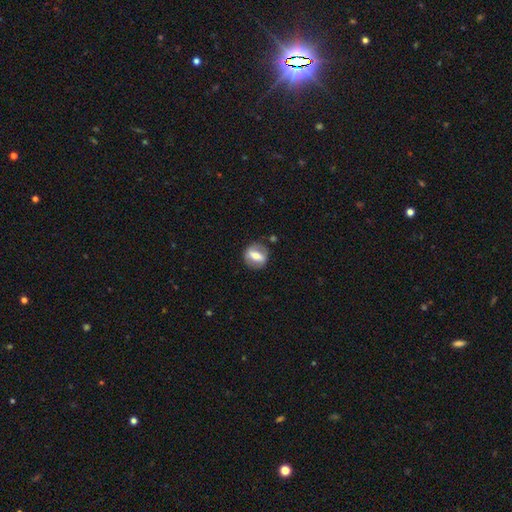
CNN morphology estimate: A featured or disk galaxy (49%).

Vote fractions:
- Smooth or featured? featured or disk: 49% / smooth: 44% / star or artifact: 7%
- Merging? none: 82% / minor disturbance: 12% / major disturbance: 4% / merger: 2%